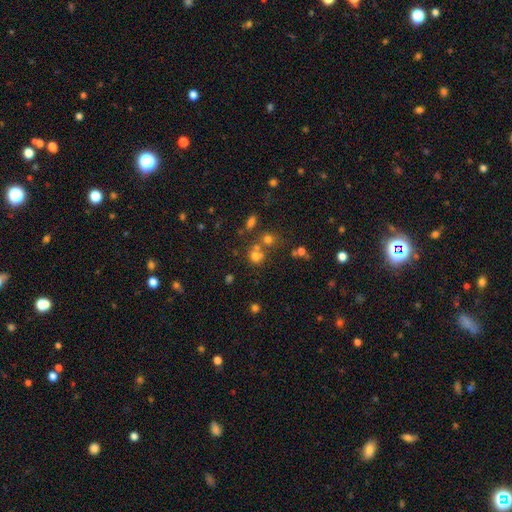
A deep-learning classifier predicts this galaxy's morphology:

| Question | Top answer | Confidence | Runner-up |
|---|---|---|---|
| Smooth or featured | smooth | 67% | star or artifact (21%) |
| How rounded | round | 83% | in between (16%) |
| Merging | none | 53% | merger (33%) |